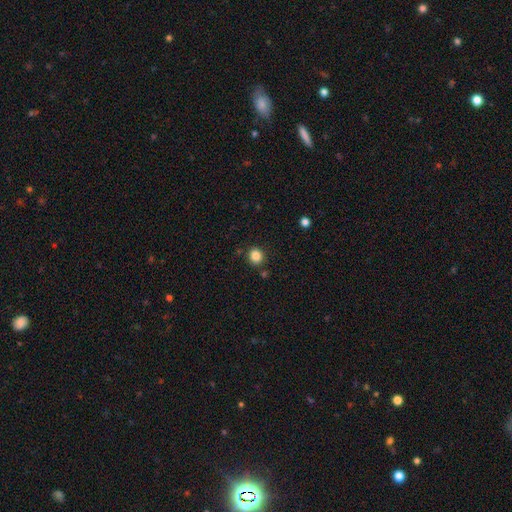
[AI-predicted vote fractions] Overall: smooth (84%). How rounded: round (85%). Merging: none (87%).